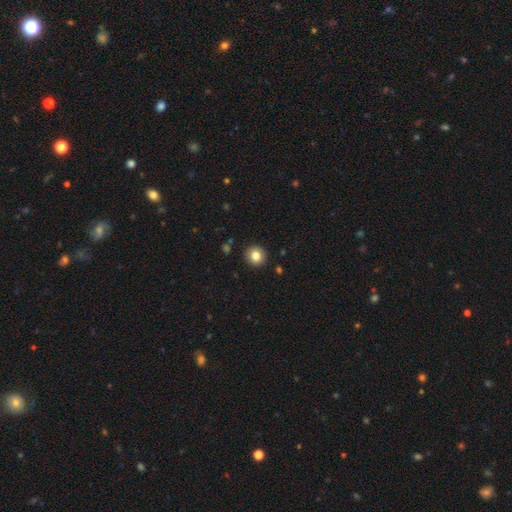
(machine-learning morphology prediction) type=smooth (83%); roundness=round (93%); merging=none (92%).